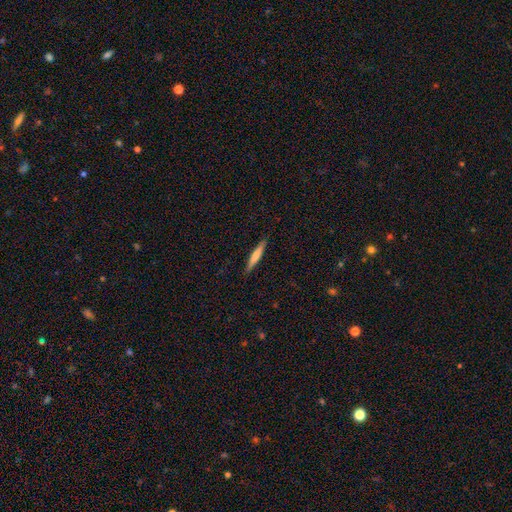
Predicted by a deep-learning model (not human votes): Smooth or featured? smooth (62%)
How rounded? cigar-shaped (93%)
Merging? none (90%)